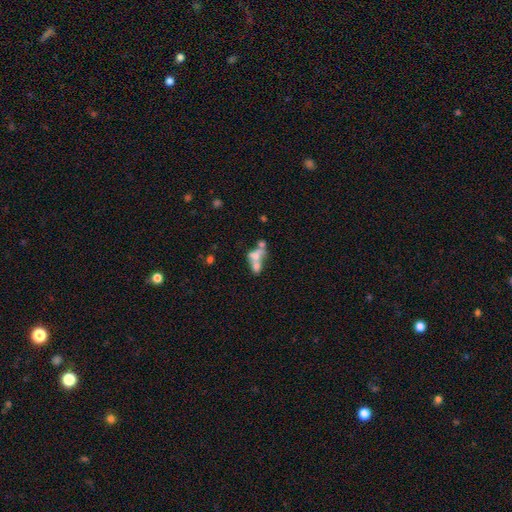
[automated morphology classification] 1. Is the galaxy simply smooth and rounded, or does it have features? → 47% smooth, 40% featured or disk, 13% star or artifact.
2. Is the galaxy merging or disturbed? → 63% merger, 20% none, 9% major disturbance, 8% minor disturbance.